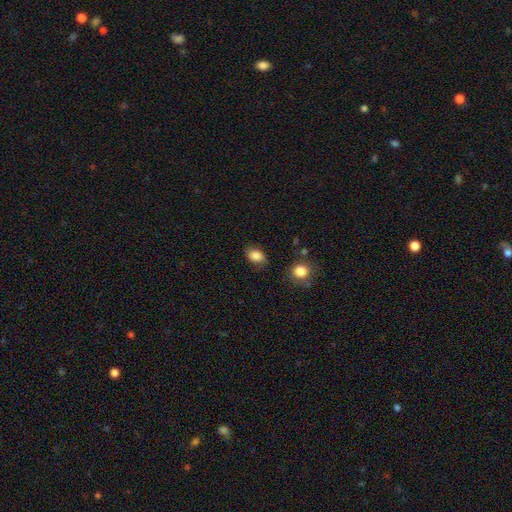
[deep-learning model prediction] Smooth or featured?
  - smooth: 85% *
  - star or artifact: 9%
  - featured or disk: 6%
How rounded?
  - in between: 72% *
  - round: 26%
  - cigar-shaped: 1%
Merging?
  - none: 71% *
  - minor disturbance: 21%
  - major disturbance: 5%
  - merger: 2%